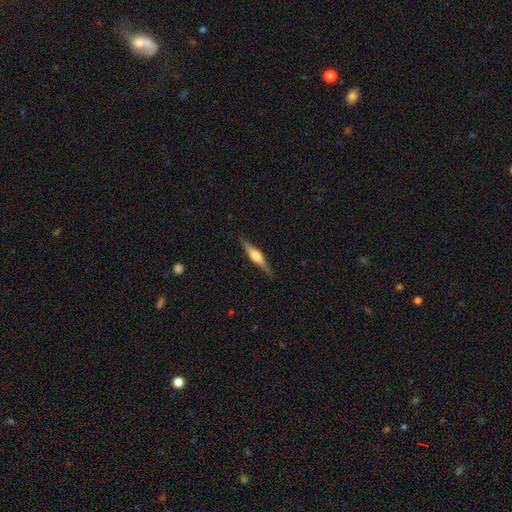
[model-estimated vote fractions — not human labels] Overall: featured or disk (69%). Edge-on disk: yes (97%). Edge-on bulge: rounded (86%). Merging: none (87%).